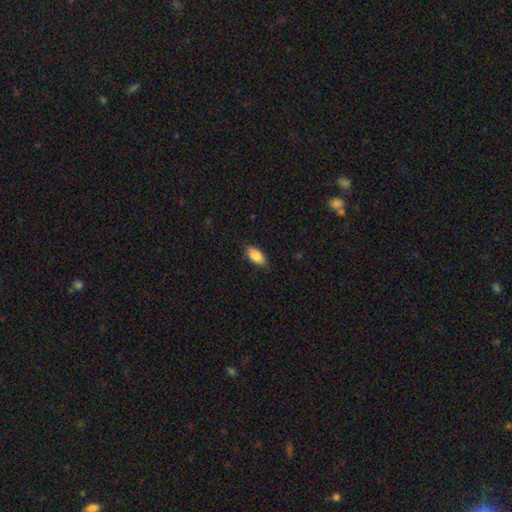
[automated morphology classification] Smooth or featured: smooth — 87% (featured or disk — 7%)
How rounded: in between — 92% (cigar-shaped — 6%)
Merging: none — 85% (minor disturbance — 12%)